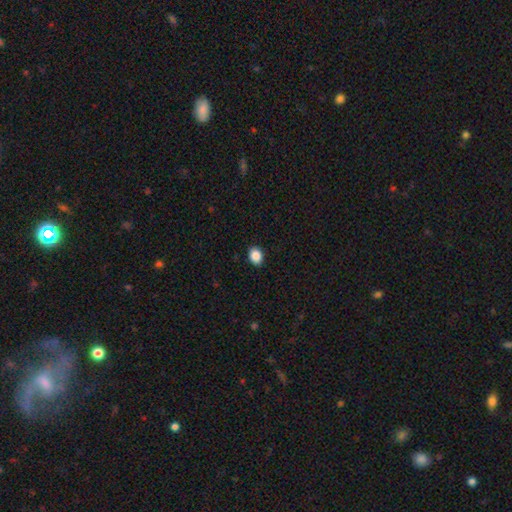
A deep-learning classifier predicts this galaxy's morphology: Smooth or featured: smooth — 88% (star or artifact — 9%)
How rounded: in between — 59% (round — 40%)
Merging: none — 91% (minor disturbance — 6%)